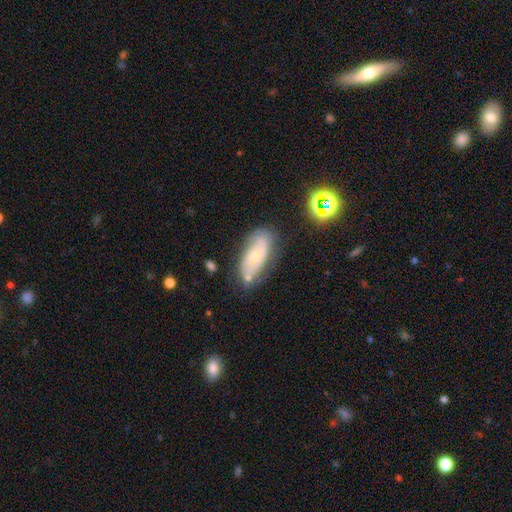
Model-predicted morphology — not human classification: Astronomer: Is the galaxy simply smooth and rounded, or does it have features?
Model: featured or disk — 55% (runner-up: smooth, 35%).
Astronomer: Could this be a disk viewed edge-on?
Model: no — 89%.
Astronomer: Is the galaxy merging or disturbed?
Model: none — 60%.